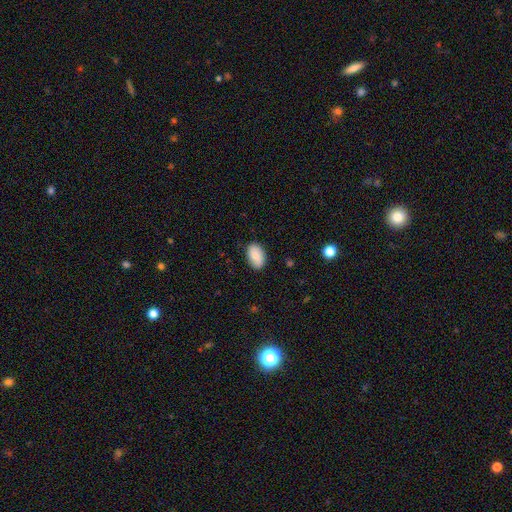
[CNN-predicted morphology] Overall: smooth (79%). How rounded: in between (93%). Merging: none (86%).